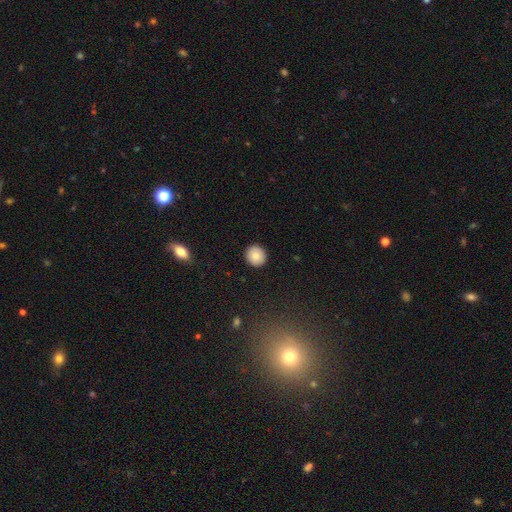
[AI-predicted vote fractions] A smooth galaxy with no disk features (84%) that is round (90%).

Vote fractions:
- Smooth or featured? smooth: 84% / featured or disk: 8% / star or artifact: 8%
- How rounded? round: 90% / in between: 9% / cigar-shaped: 1%
- Merging? none: 92% / minor disturbance: 6% / major disturbance: 2% / merger: 1%